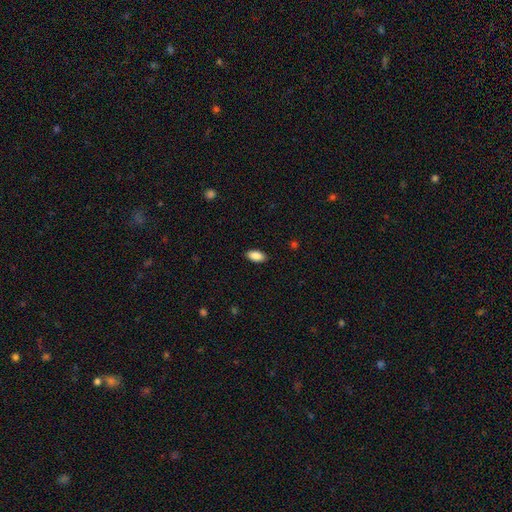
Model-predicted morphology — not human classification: Overall: smooth (89%). How rounded: in between (93%). Merging: none (89%).